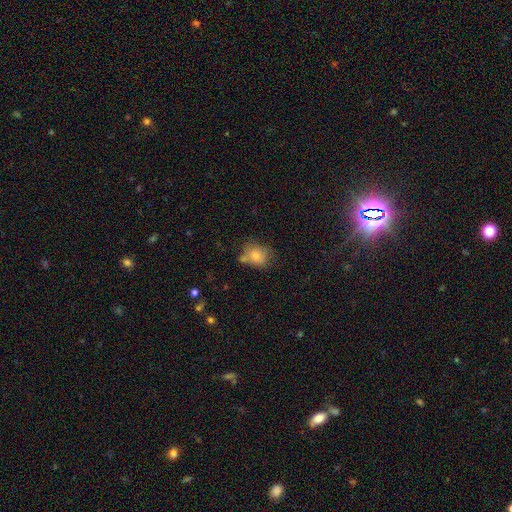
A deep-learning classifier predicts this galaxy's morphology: smooth 77%, featured or disk 13%, star or artifact 10%. Down the decision tree: how rounded — round (55%); merging — none (52%).